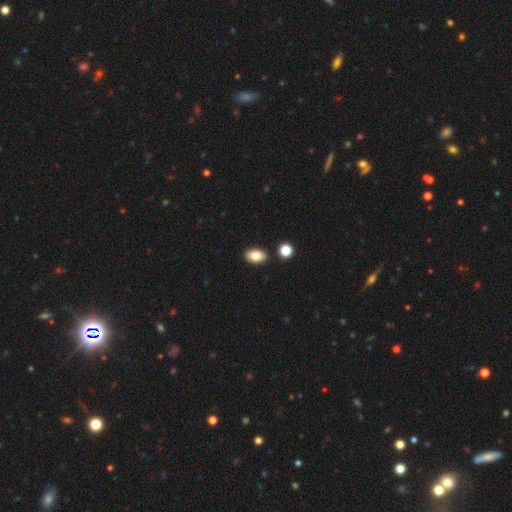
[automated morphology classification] smooth_or_featured: smooth (p=0.82) [alt: featured or disk p=0.09]
how_rounded: in between (p=0.90) [alt: round p=0.08]
merging: none (p=0.87) [alt: minor disturbance p=0.08]